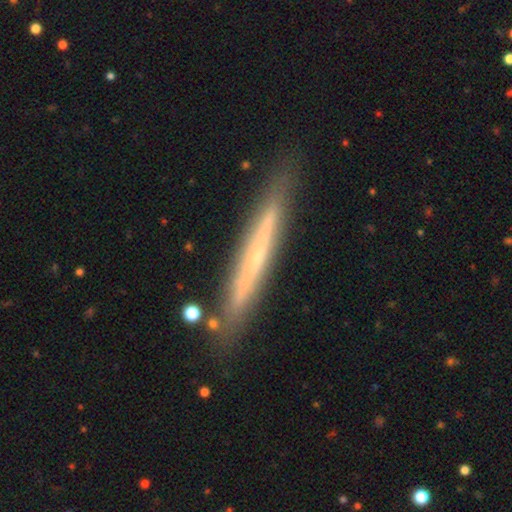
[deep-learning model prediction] smooth-or-featured: featured or disk: 60% | smooth: 33% | star or artifact: 7%
  disk-edge-on: yes: 92% | no: 8%
    edge-on-bulge: none: 68% | rounded: 28% | boxy: 4%
  merging: none: 85% | minor disturbance: 11% | merger: 2% | major disturbance: 2%